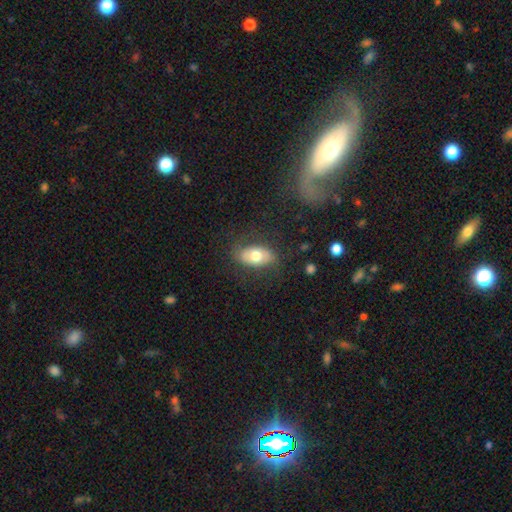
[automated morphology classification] This appears to be a smooth galaxy with no disk features (66%) that is in between round and cigar-shaped (90%). Merging: none (75%).